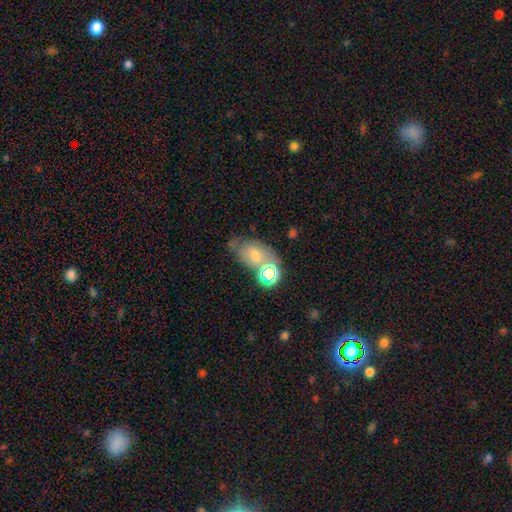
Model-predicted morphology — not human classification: Smooth or featured? smooth (49%)
Merging? none (48%)